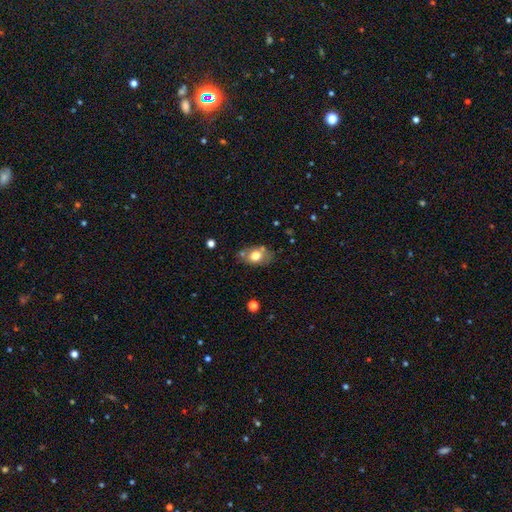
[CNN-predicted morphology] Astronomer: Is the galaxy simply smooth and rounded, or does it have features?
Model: smooth — 71%.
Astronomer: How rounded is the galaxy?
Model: in between — 75%.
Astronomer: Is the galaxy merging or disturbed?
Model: none — 65%.